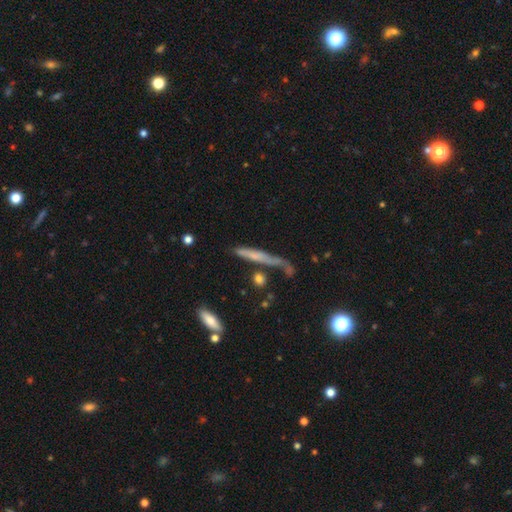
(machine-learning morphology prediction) Smooth or featured? smooth (50%)
Merging? none (50%)